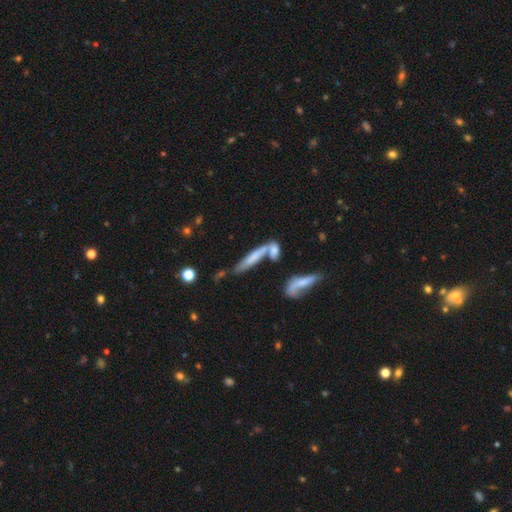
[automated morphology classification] Smooth or featured? Predicted: smooth (p=0.53). How rounded? Predicted: cigar-shaped (p=0.82). Merging? Predicted: none (p=0.40).